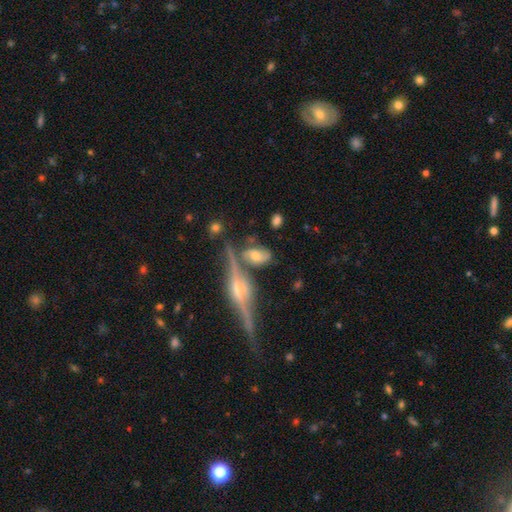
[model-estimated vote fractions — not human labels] Smooth or featured: featured or disk — 55% (smooth — 36%)
Edge-on disk: yes — 55% (no — 45%)
Merging: none — 48% (minor disturbance — 21%)